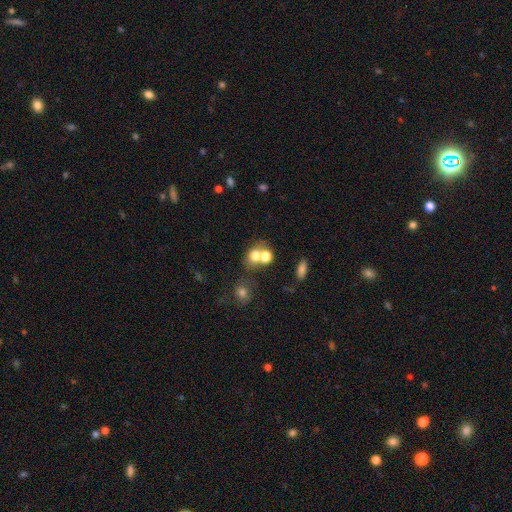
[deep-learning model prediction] smooth-or-featured: smooth: 70% | featured or disk: 15% | star or artifact: 14%
  how-rounded: round: 64% | in between: 35% | cigar-shaped: 1%
  merging: merger: 47% | none: 38% | minor disturbance: 9% | major disturbance: 5%